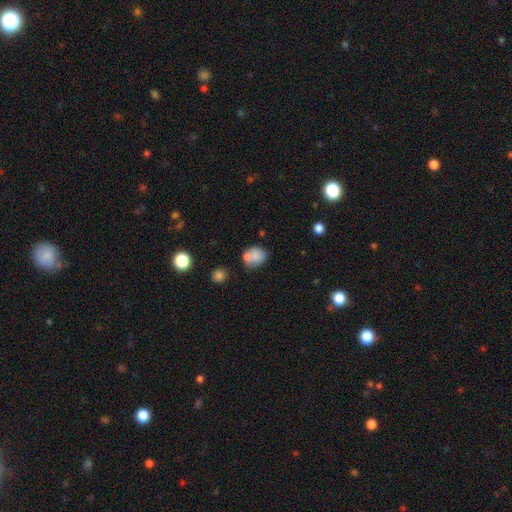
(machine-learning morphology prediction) smooth_or_featured: smooth (p=0.75) [alt: featured or disk p=0.15]
how_rounded: round (p=0.59) [alt: in between p=0.40]
merging: none (p=0.44) [alt: merger p=0.34]